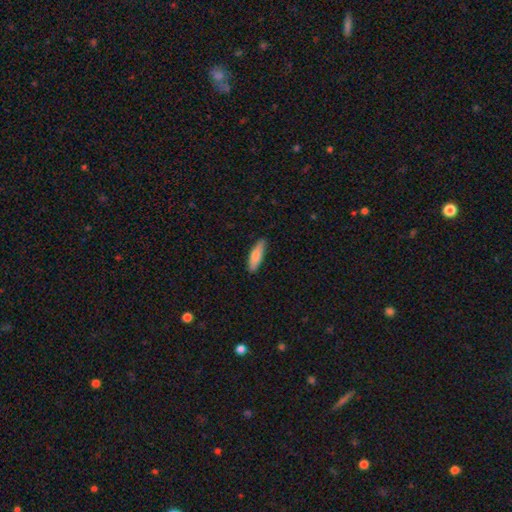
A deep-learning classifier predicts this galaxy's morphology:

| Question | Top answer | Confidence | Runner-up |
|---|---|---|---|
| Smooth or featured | smooth | 79% | featured or disk (16%) |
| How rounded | cigar-shaped | 60% | in between (38%) |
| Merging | none | 86% | minor disturbance (11%) |